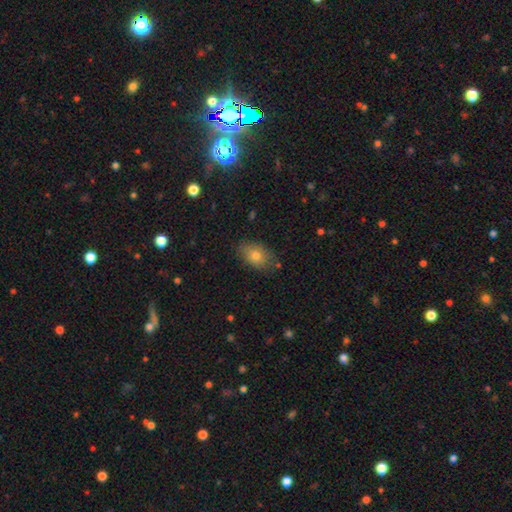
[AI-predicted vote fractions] Smooth or featured? smooth (74%)
How rounded? in between (83%)
Merging? none (81%)